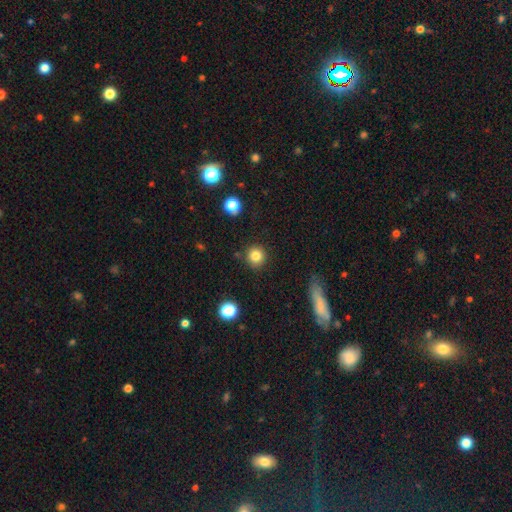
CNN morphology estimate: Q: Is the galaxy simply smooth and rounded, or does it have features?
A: smooth — 83%.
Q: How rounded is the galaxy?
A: round — 92%.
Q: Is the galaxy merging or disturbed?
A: none — 87%.